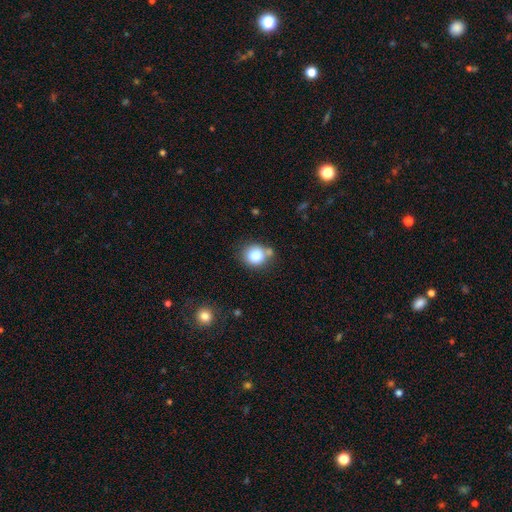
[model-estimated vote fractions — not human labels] Smooth or featured? smooth (80%)
How rounded? round (79%)
Merging? none (66%)